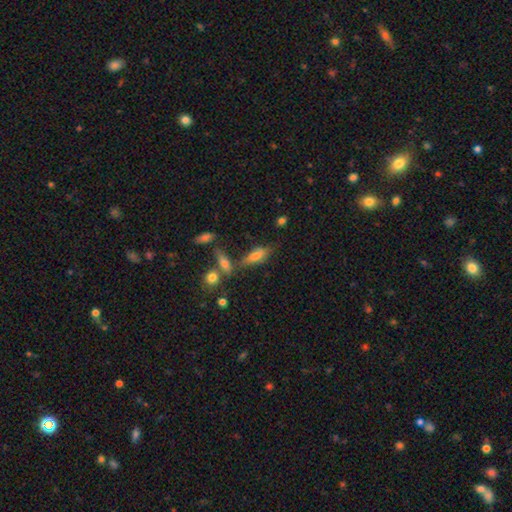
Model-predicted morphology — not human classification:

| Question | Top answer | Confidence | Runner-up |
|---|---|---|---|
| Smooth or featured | smooth | 67% | featured or disk (22%) |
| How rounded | in between | 65% | cigar-shaped (32%) |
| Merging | none | 54% | minor disturbance (19%) |